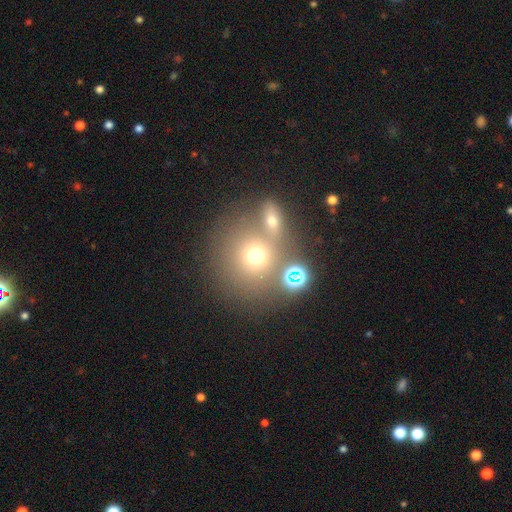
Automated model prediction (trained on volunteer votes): Smooth or featured? Predicted: smooth (p=0.67). How rounded? Predicted: round (p=0.85). Merging? Predicted: none (p=0.50).